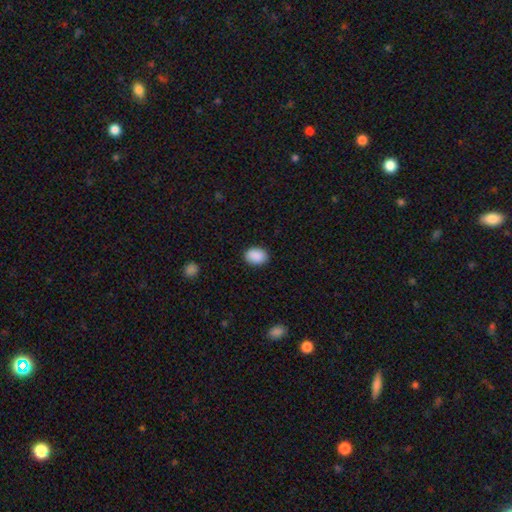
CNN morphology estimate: smooth_or_featured: smooth (p=0.90) [alt: star or artifact p=0.07]
how_rounded: in between (p=0.72) [alt: round p=0.27]
merging: none (p=0.88) [alt: minor disturbance p=0.09]